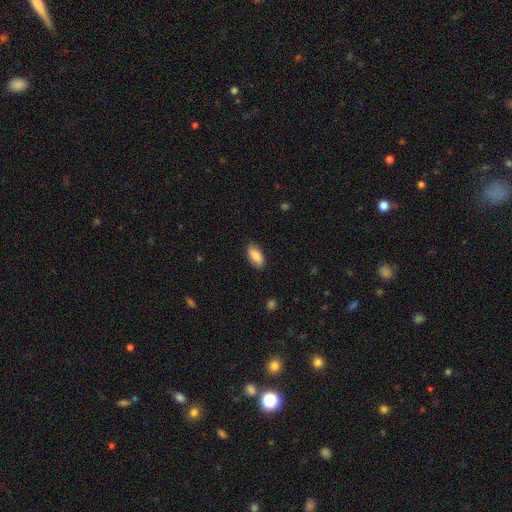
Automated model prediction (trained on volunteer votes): Morphology: type=smooth (84%); roundness=in between (88%); merging=none (83%).